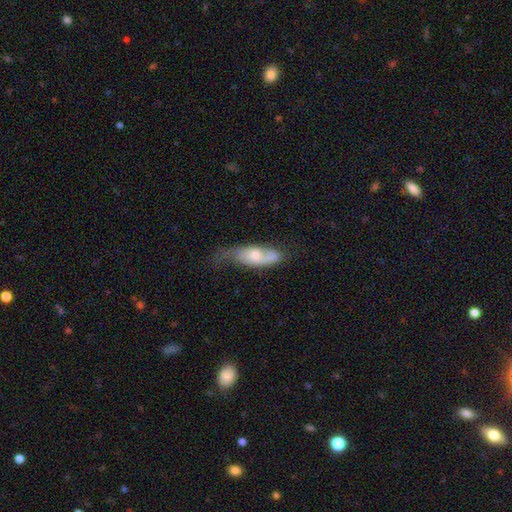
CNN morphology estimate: smooth_or_featured: featured or disk (p=0.49) [alt: smooth p=0.45]
merging: none (p=0.39) [alt: minor disturbance p=0.34]